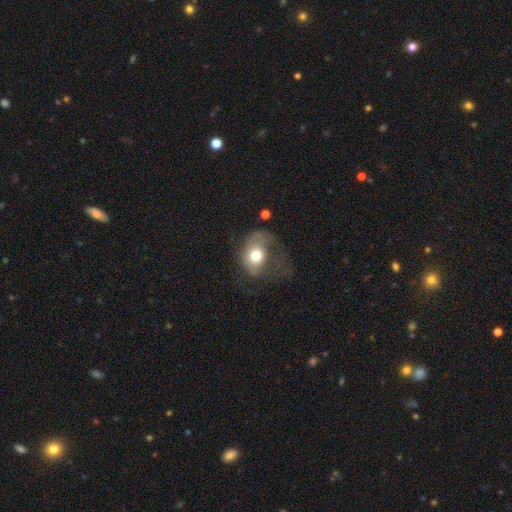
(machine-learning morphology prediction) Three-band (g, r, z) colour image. It shows a smooth galaxy with no disk features (61%) that is in between round and cigar-shaped (50%). Merging: major disturbance (55%).